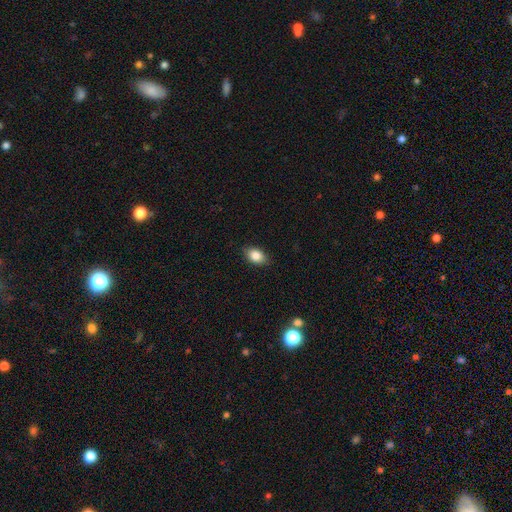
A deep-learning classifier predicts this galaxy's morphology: Smooth or featured: smooth — 85% (star or artifact — 8%)
How rounded: in between — 84% (round — 14%)
Merging: none — 85% (minor disturbance — 11%)